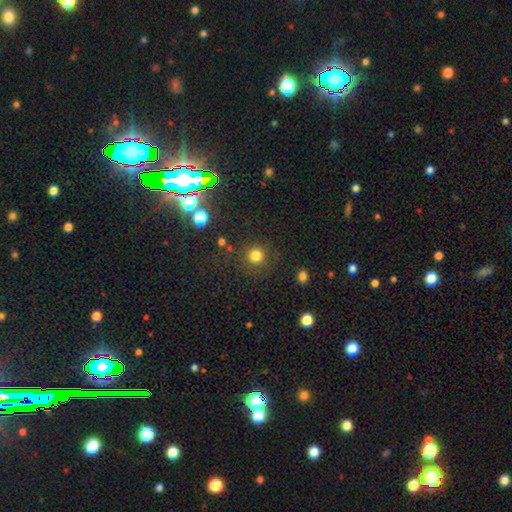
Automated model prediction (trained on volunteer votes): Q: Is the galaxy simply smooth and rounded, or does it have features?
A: smooth — 80%.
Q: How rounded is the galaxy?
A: round — 93%.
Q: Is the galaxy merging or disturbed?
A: none — 84%.